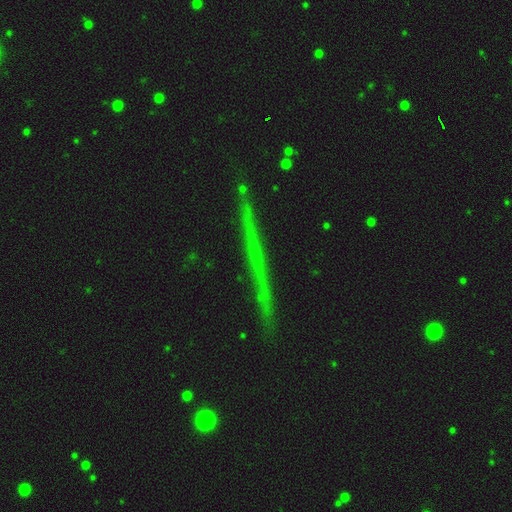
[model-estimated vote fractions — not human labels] smooth_or_featured: featured or disk (p=0.52) [alt: smooth p=0.28]
disk_edge_on: yes (p=0.94) [alt: no p=0.06]
merging: none (p=0.90) [alt: minor disturbance p=0.07]